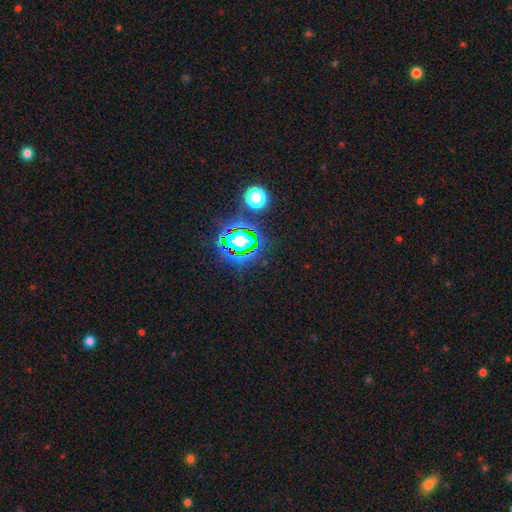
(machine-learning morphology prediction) This appears to be a star or artifact, not a galaxy (81%).